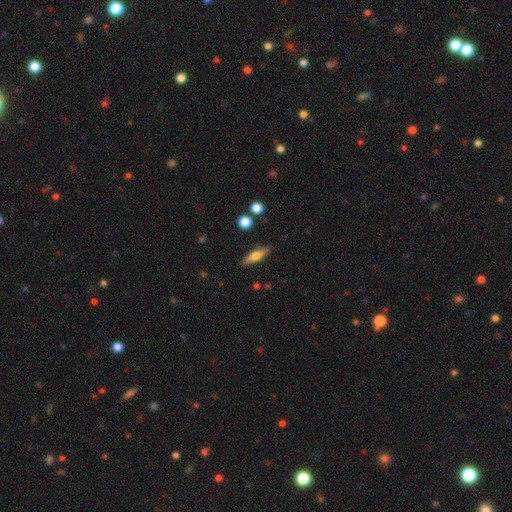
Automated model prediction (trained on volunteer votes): A smooth galaxy with no disk features (53%) that is cigar-shaped (64%).

Vote fractions:
- Smooth or featured? smooth: 53% / featured or disk: 40% / star or artifact: 7%
- How rounded? cigar-shaped: 64% / in between: 33% / round: 3%
- Merging? none: 85% / minor disturbance: 10% / merger: 3% / major disturbance: 2%